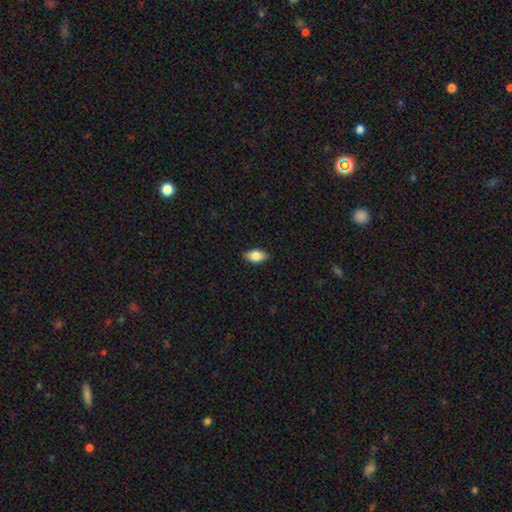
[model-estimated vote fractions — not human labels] smooth-or-featured: smooth: 82% | featured or disk: 11% | star or artifact: 7%
  how-rounded: in between: 91% | cigar-shaped: 4% | round: 4%
  merging: none: 89% | minor disturbance: 8% | major disturbance: 2% | merger: 1%